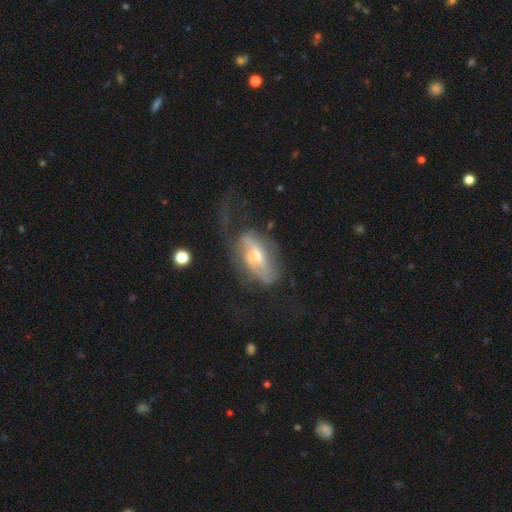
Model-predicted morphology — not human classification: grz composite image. It shows a featured or disk galaxy (64%) with no bar (42%), spiral arms (68%) and a moderate central bulge (57%). Merging: major disturbance (42%).